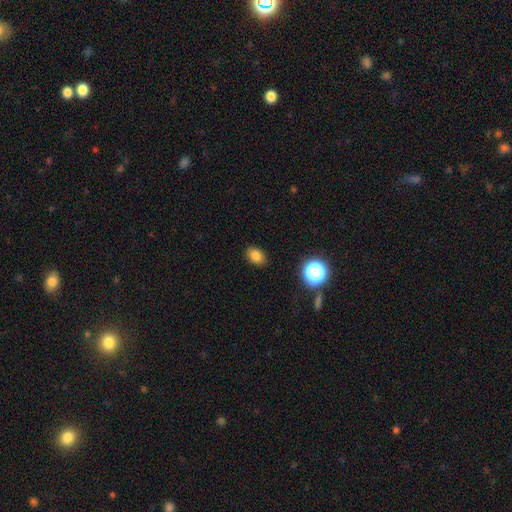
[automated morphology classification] Smooth or featured? smooth (82%)
How rounded? in between (75%)
Merging? none (88%)